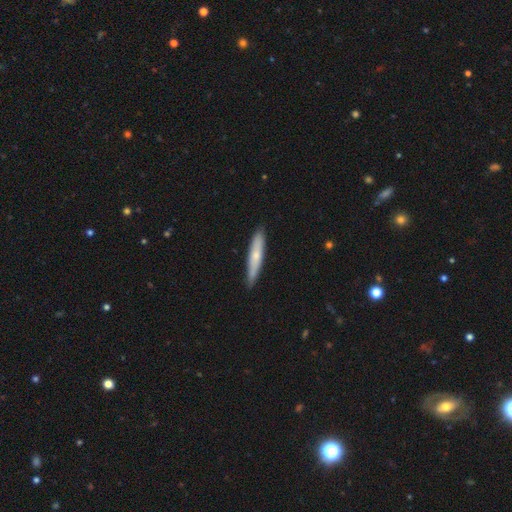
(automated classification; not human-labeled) The model was most divided on "smooth or featured": smooth: 59%, featured or disk: 35%, star or artifact: 5%. More confident: how rounded — cigar-shaped (90%); merging — none (87%).